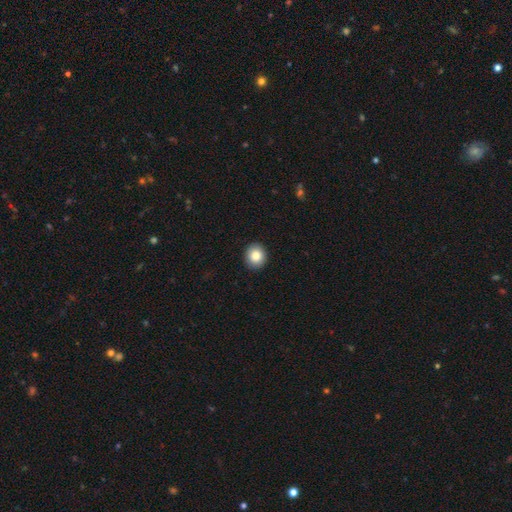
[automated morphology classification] Smooth or featured: smooth — 85% (star or artifact — 8%)
How rounded: round — 78% (in between — 21%)
Merging: none — 92% (minor disturbance — 6%)